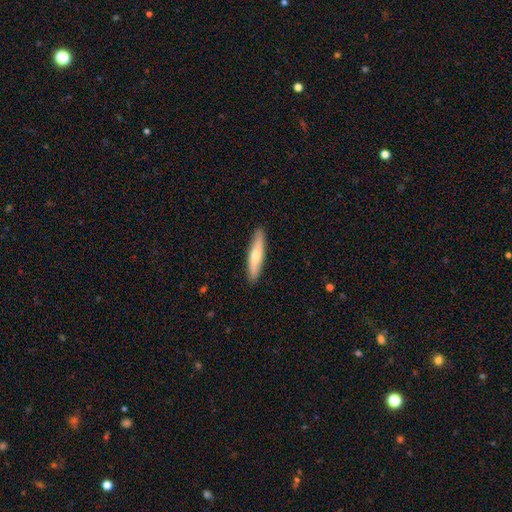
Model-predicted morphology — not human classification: This appears to be a smooth galaxy with no disk features (59%) that is cigar-shaped (84%). Merging: none (89%).